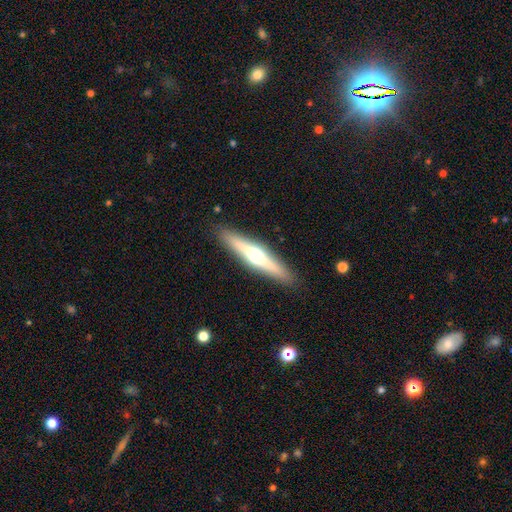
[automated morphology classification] Smooth or featured? Predicted: featured or disk (p=0.60). Edge-on disk? Predicted: yes (p=0.95). Edge-on bulge? Predicted: rounded (p=0.93). Merging? Predicted: none (p=0.90).